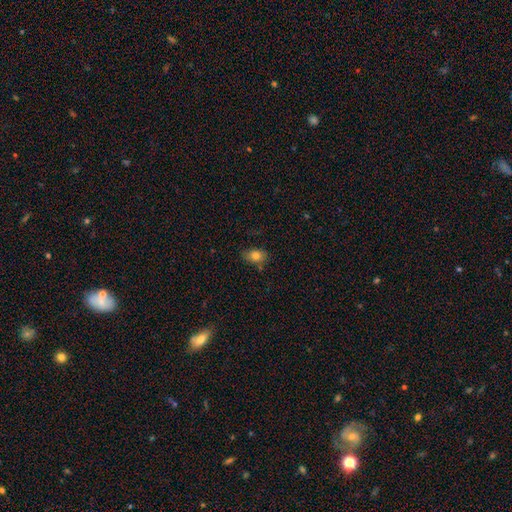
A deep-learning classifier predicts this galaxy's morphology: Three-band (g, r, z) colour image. It shows a smooth galaxy with no disk features (81%) that is in between round and cigar-shaped (78%). Merging: none (74%).